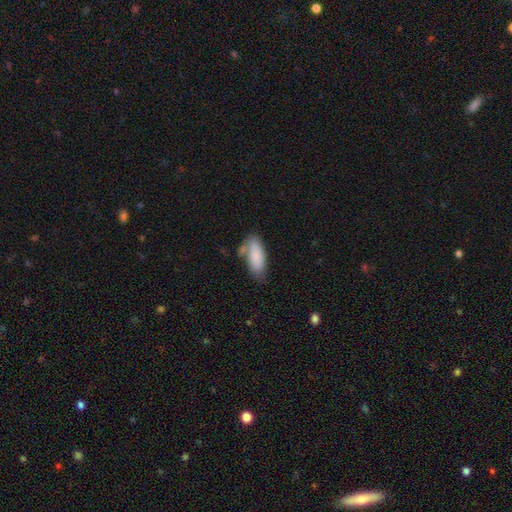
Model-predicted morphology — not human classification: Smooth or featured?
  - smooth: 85% *
  - featured or disk: 9%
  - star or artifact: 6%
How rounded?
  - in between: 77% *
  - cigar-shaped: 21%
  - round: 2%
Merging?
  - none: 57% *
  - minor disturbance: 22%
  - merger: 15%
  - major disturbance: 6%